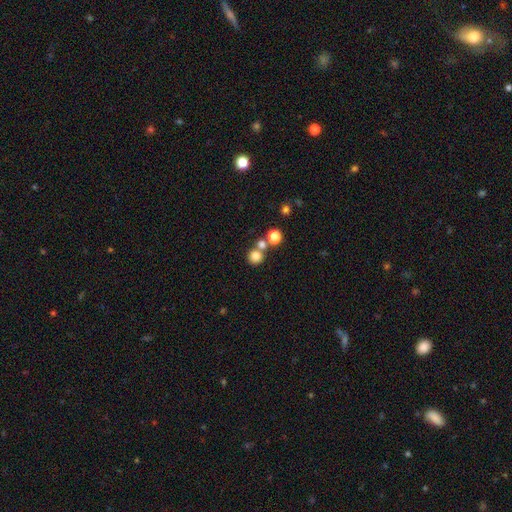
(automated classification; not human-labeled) Smooth or featured? smooth (78%)
How rounded? round (89%)
Merging? none (60%)